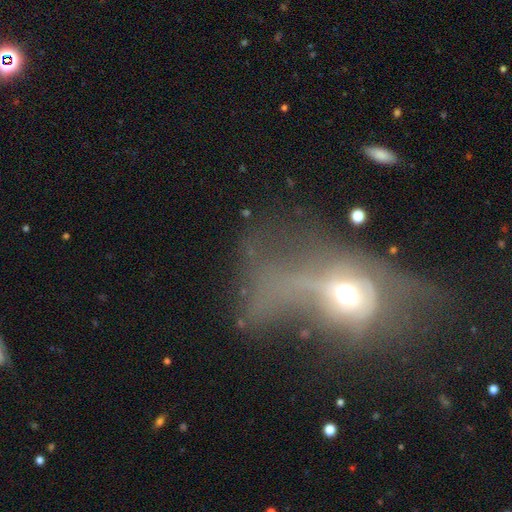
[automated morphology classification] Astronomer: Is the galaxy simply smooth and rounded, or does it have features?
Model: featured or disk — 44% (runner-up: smooth, 35%).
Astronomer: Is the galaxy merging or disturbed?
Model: major disturbance — 62%.